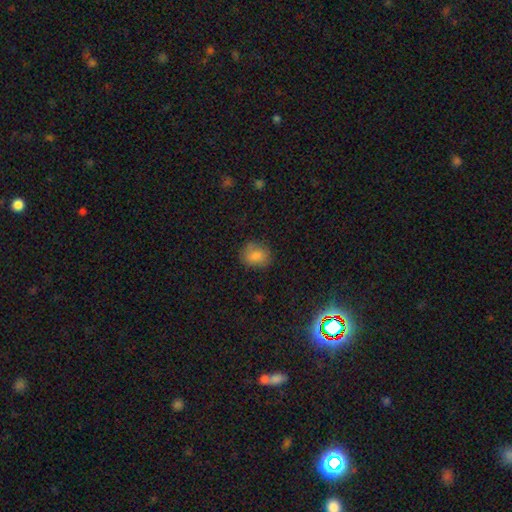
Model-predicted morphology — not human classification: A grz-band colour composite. It shows a smooth galaxy with no disk features (80%) that is round (56%). Merging: none (79%).